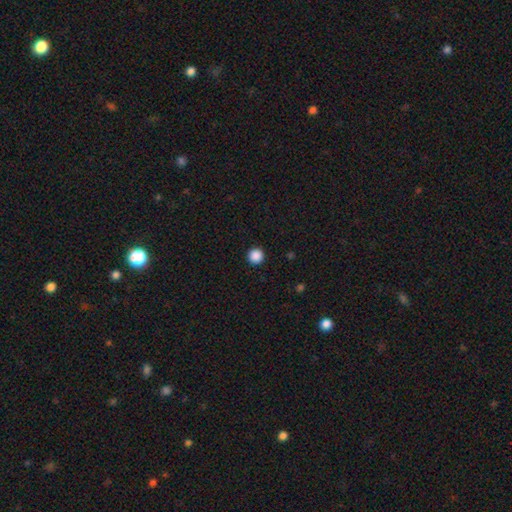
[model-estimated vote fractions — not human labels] Smooth or featured: smooth — 88% (star or artifact — 10%)
How rounded: round — 96% (in between — 3%)
Merging: none — 93% (minor disturbance — 4%)